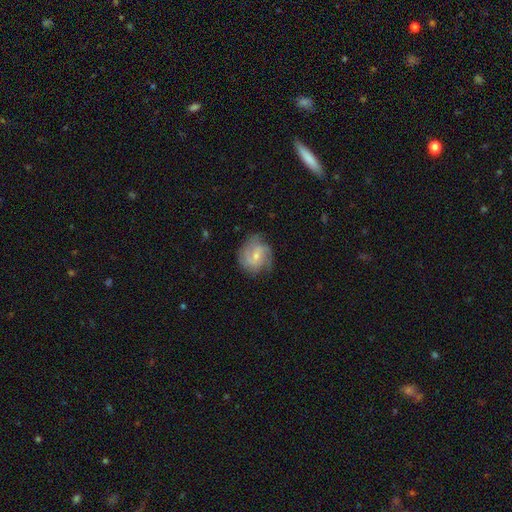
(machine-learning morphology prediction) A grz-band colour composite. It shows a featured or disk galaxy (66%) with a weak bar (49%), 2 (42%) medium (44%) spiral arms (89%) and a small central bulge (55%). Merging: none (68%).